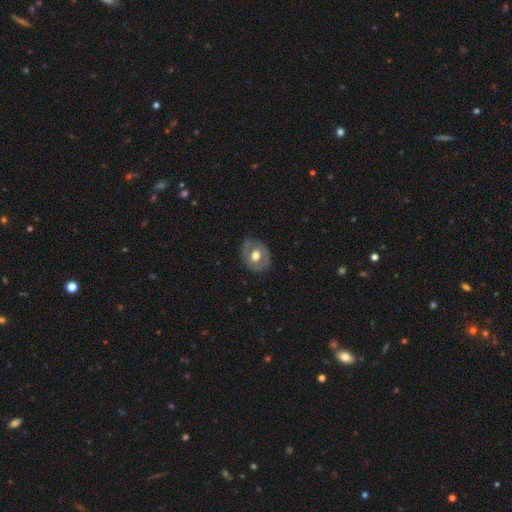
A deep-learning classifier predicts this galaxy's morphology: Q: Smooth or featured?
A: smooth (47%); runner-up: featured or disk (46%)
Q: Merging?
A: none (79%); runner-up: minor disturbance (15%)